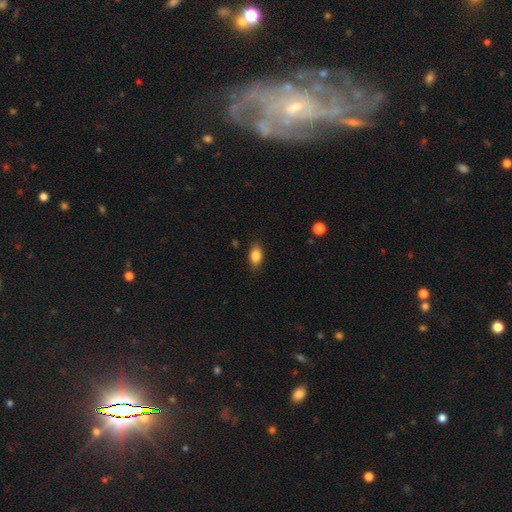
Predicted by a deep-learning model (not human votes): Smooth or featured?
  - smooth: 84% *
  - featured or disk: 8%
  - star or artifact: 8%
How rounded?
  - in between: 86% *
  - round: 9%
  - cigar-shaped: 5%
Merging?
  - none: 85% *
  - minor disturbance: 11%
  - major disturbance: 3%
  - merger: 1%